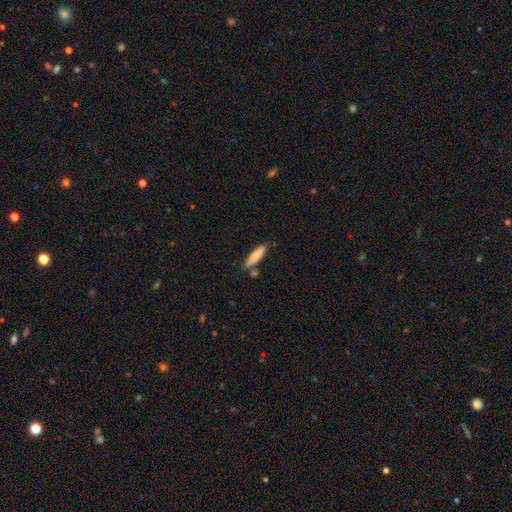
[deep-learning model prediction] Q: Smooth or featured?
A: smooth (78%); runner-up: featured or disk (16%)
Q: How rounded?
A: cigar-shaped (71%); runner-up: in between (27%)
Q: Merging?
A: none (74%); runner-up: minor disturbance (14%)